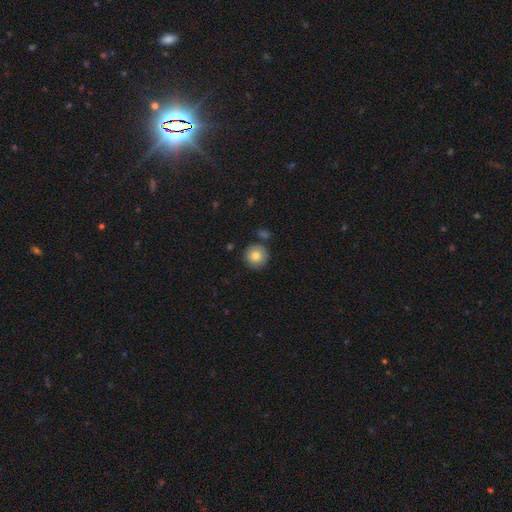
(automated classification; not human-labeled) smooth_or_featured: smooth (p=0.81) [alt: featured or disk p=0.10]
how_rounded: round (p=0.95) [alt: in between p=0.04]
merging: none (p=0.83) [alt: minor disturbance p=0.09]